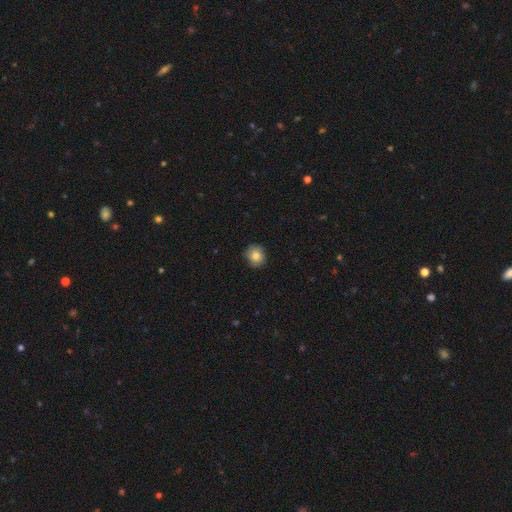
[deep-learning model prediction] smooth-or-featured: smooth: 82% | star or artifact: 9% | featured or disk: 8%
  how-rounded: round: 84% | in between: 15% | cigar-shaped: 1%
  merging: none: 85% | minor disturbance: 12% | major disturbance: 2% | merger: 1%